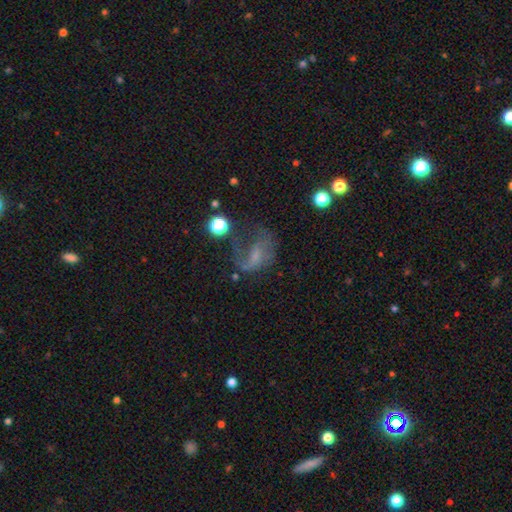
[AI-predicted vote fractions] Overall: featured or disk (50%; smooth 33%). Edge-on disk: no (96%). Merging: major disturbance (45%; none 30%).